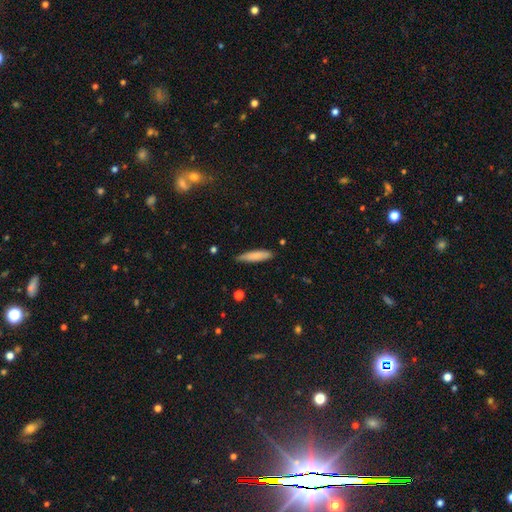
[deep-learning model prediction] Morphology: type=smooth (81%); roundness=cigar-shaped (79%); merging=none (73%).